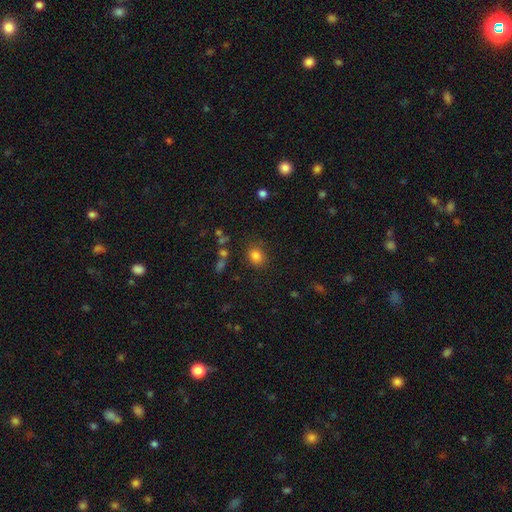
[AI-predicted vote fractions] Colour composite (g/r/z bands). It shows a smooth galaxy with no disk features (81%) that is round (59%). Merging: none (80%).